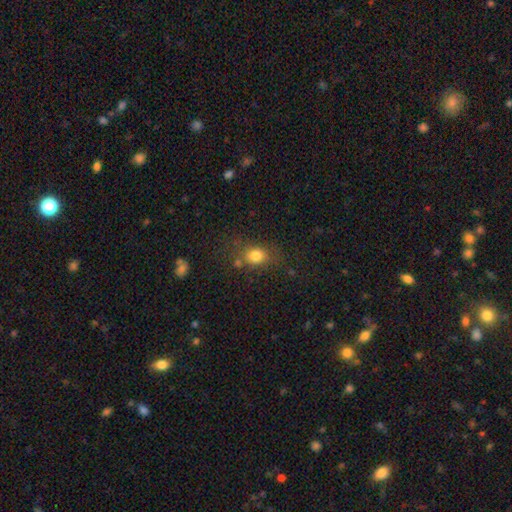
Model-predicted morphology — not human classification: Smooth or featured: smooth — 79% (star or artifact — 13%)
How rounded: round — 50% (in between — 48%)
Merging: none — 67% (minor disturbance — 18%)